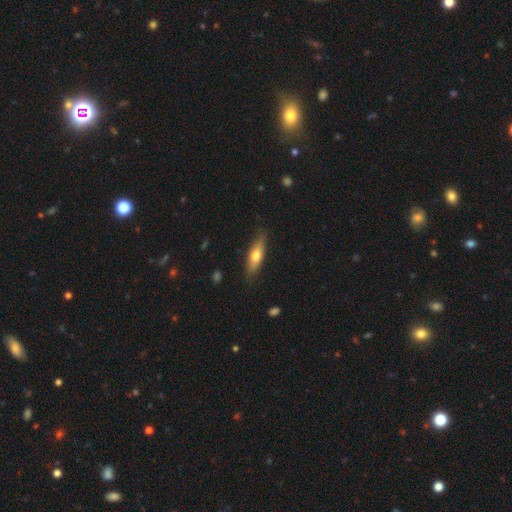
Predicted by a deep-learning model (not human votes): The model was most divided on "how rounded": cigar-shaped: 52%, in between: 46%, round: 3%. More confident: merging — none (83%); smooth or featured — smooth (63%).